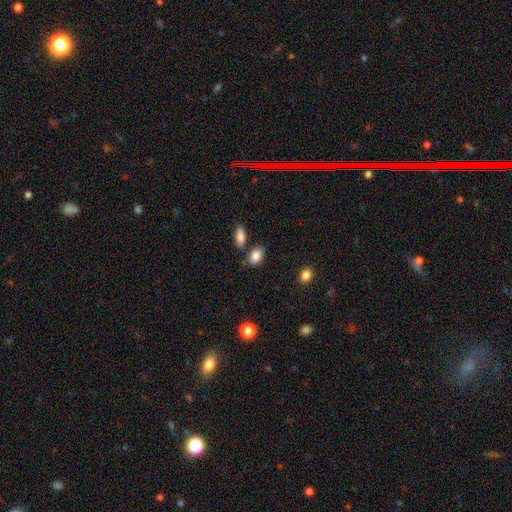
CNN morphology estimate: Overall: smooth (86%). How rounded: in between (81%). Merging: none (75%).